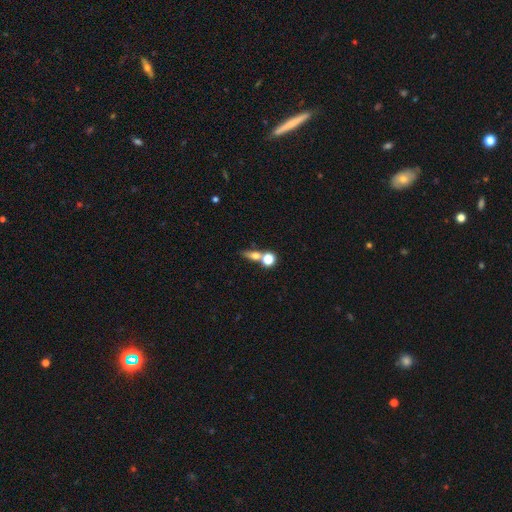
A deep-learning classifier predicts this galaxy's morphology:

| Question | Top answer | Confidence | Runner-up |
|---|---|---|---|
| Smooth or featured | smooth | 59% | featured or disk (24%) |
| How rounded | round | 39% | in between (35%) |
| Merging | none | 49% | merger (34%) |